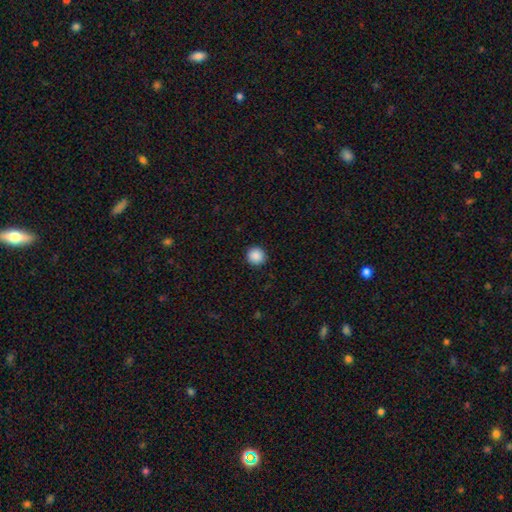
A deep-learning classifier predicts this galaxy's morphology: Smooth or featured: smooth — 89% (star or artifact — 9%)
How rounded: round — 95% (in between — 4%)
Merging: none — 93% (minor disturbance — 5%)